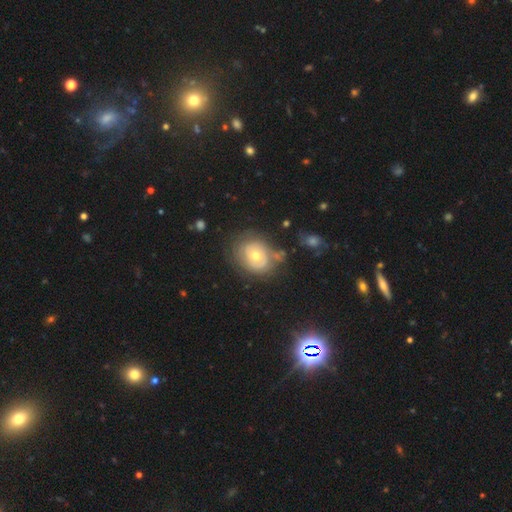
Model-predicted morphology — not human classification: A featured or disk galaxy (58%) with no bar (83%), spiral arms (58%) and a moderate central bulge (66%). Merging: none (56%).